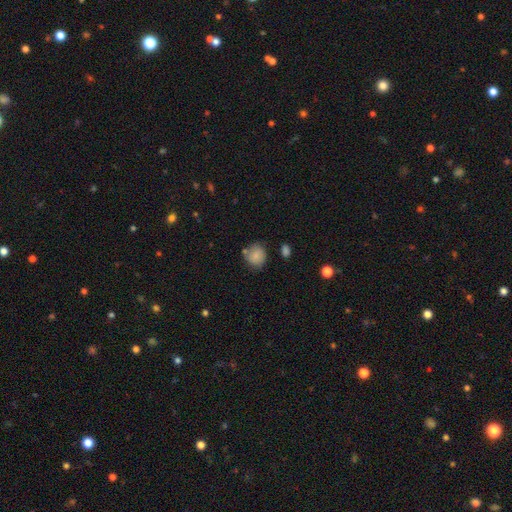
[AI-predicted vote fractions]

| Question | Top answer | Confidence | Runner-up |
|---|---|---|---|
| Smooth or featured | smooth | 82% | featured or disk (9%) |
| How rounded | round | 80% | in between (19%) |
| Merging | none | 67% | minor disturbance (20%) |